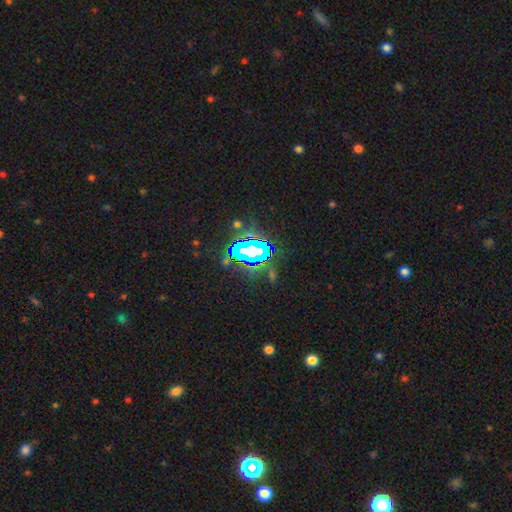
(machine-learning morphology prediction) Smooth or featured? Predicted: star or artifact (p=0.68).